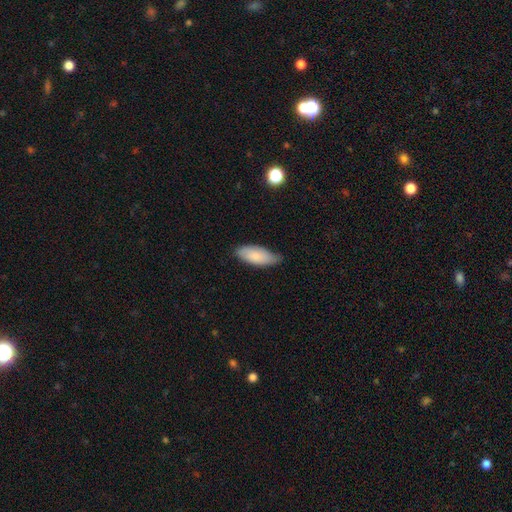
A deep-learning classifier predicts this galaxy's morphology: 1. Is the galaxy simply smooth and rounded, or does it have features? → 84% smooth, 11% featured or disk, 6% star or artifact.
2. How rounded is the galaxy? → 83% in between, 15% cigar-shaped, 2% round.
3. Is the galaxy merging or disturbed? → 63% none, 31% minor disturbance, 4% major disturbance, 1% merger.